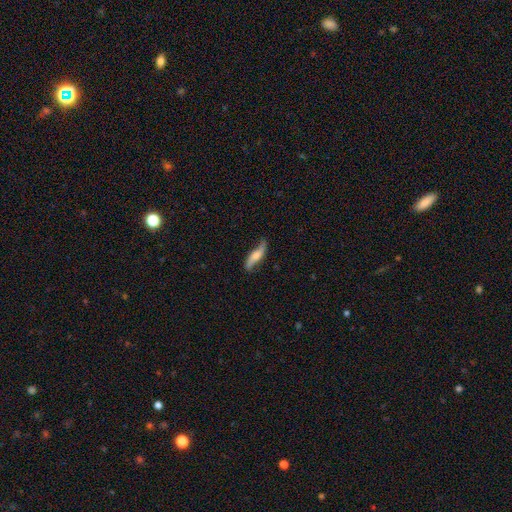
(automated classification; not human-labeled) Smooth or featured: featured or disk — 62% (smooth — 32%)
Edge-on disk: no — 65% (yes — 35%)
Merging: none — 73% (minor disturbance — 20%)